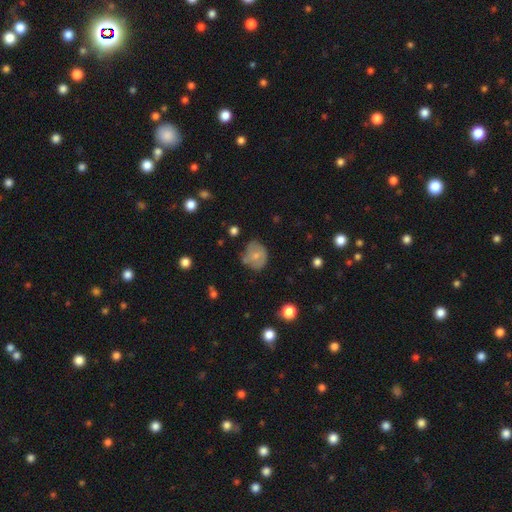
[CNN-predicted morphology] This appears to be a smooth galaxy with no disk features (59%) that is round (69%). Merging: none (55%).